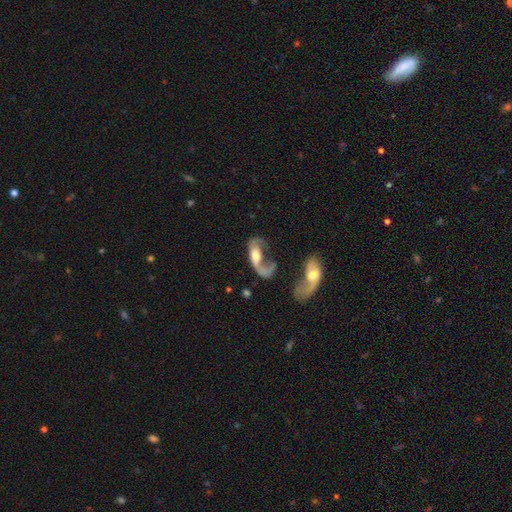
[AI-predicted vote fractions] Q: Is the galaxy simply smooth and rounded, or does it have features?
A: featured or disk — 59%.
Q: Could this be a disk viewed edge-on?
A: no — 88%.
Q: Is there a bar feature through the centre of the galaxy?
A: no — 69%.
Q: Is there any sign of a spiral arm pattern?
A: yes — 57%.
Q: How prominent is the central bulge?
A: moderate — 57%.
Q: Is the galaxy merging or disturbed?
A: major disturbance — 46%.